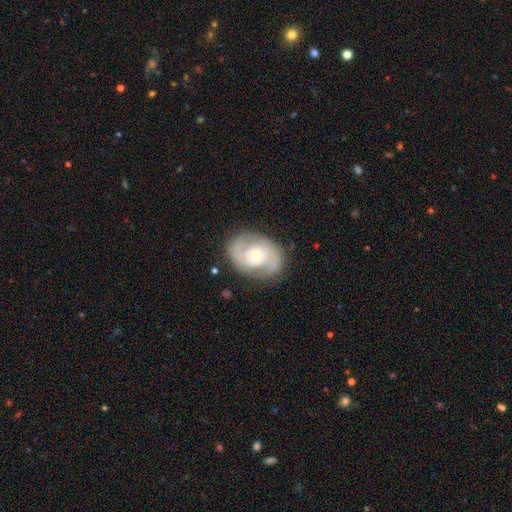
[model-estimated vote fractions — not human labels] Smooth or featured: featured or disk — 84% (smooth — 11%)
Edge-on disk: no — 97% (yes — 3%)
Bar: no — 62% (weak — 30%)
Spiral arms: yes — 93% (no — 7%)
Spiral winding: tight — 45% (medium — 44%)
Spiral arm count: 2 — 83% (can't tell — 8%)
Bulge size: moderate — 50% (small — 46%)
Merging: none — 81% (minor disturbance — 13%)